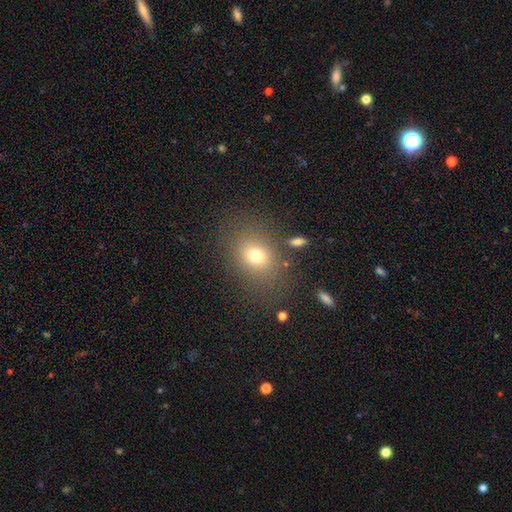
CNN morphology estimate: A smooth galaxy with no disk features (72%) that is in between round and cigar-shaped (51%).

Vote fractions:
- Smooth or featured? smooth: 72% / star or artifact: 16% / featured or disk: 12%
- How rounded? in between: 51% / round: 48% / cigar-shaped: 1%
- Merging? none: 77% / minor disturbance: 12% / major disturbance: 7% / merger: 4%